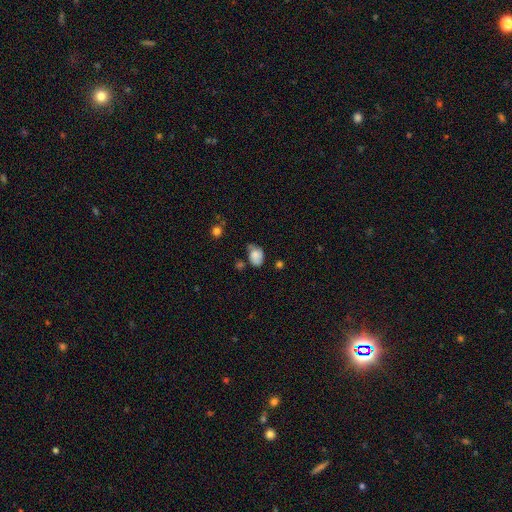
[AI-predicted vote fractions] Overall: smooth (68%). How rounded: in between (74%). Merging: none (42%; minor disturbance 38%).